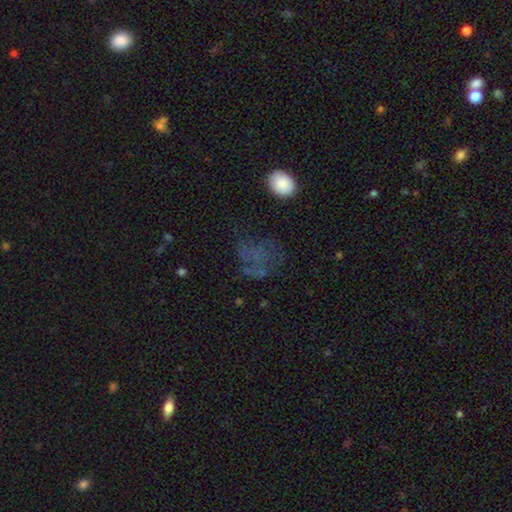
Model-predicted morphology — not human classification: Q: Smooth or featured?
A: smooth (43%); runner-up: featured or disk (30%)
Q: Merging?
A: none (47%); runner-up: major disturbance (30%)